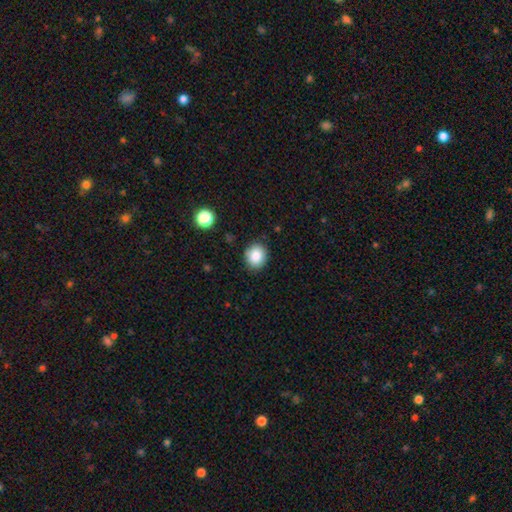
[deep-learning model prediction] smooth 85%, star or artifact 9%, featured or disk 5%. Down the decision tree: how rounded — round (70%); merging — none (87%).